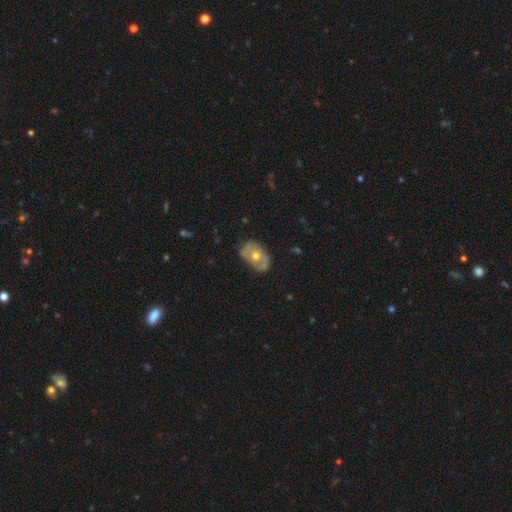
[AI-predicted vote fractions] Smooth or featured? Predicted: featured or disk (p=0.60). Edge-on disk? Predicted: no (p=0.92). Bar? Predicted: no (p=0.76). Spiral arms? Predicted: no (p=0.54). Bulge size? Predicted: moderate (p=0.77). Merging? Predicted: none (p=0.74).